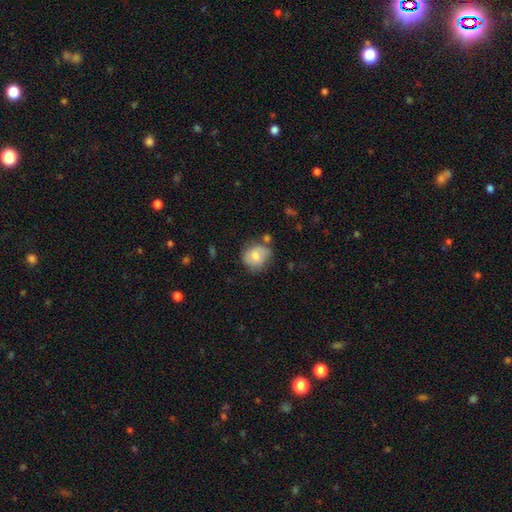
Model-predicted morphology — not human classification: Smooth or featured? Predicted: smooth (p=0.66). How rounded? Predicted: round (p=0.70). Merging? Predicted: none (p=0.60).